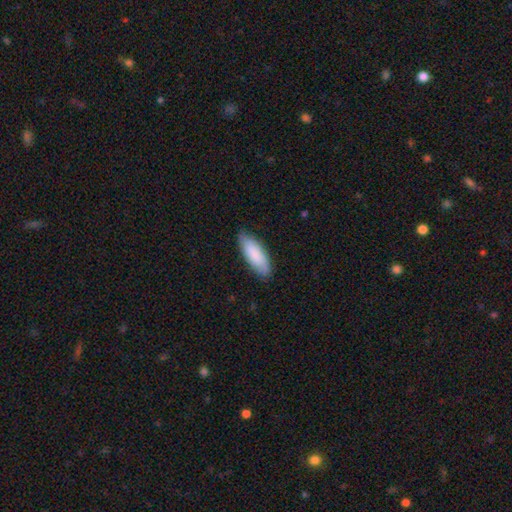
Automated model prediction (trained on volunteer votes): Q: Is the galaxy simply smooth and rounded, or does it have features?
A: smooth — 85%.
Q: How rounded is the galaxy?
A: in between — 70%.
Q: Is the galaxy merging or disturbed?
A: none — 82%.